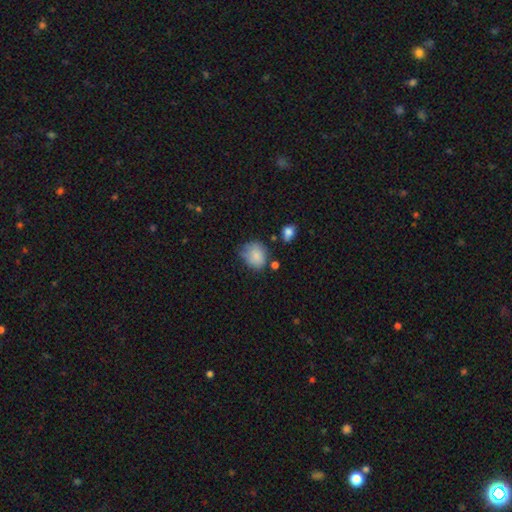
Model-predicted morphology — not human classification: Smooth or featured? smooth (83%)
How rounded? round (64%)
Merging? none (54%)